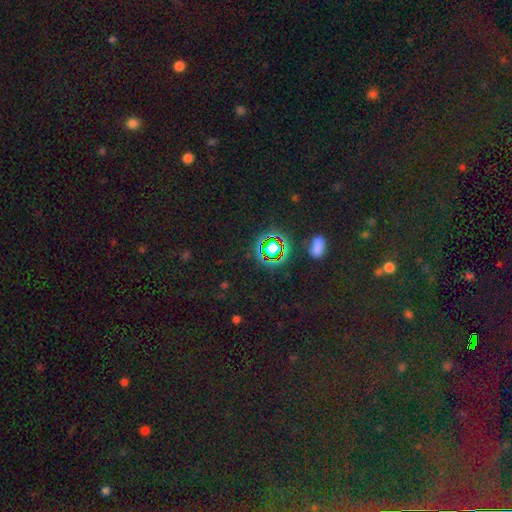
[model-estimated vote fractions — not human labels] Q: Smooth or featured?
A: star or artifact (76%); runner-up: smooth (17%)